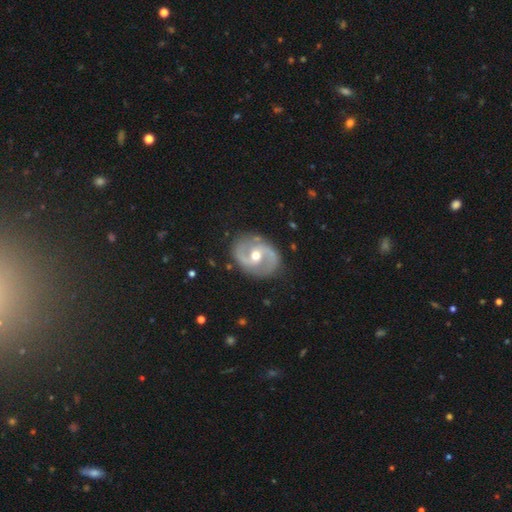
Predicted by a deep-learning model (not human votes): Morphology: type=featured or disk (87%); edge-on=no (98%); bar=weak (44%); spiral arms=yes (93%); winding=medium (54%); arm count=2 (92%); bulge=moderate (70%); merging=none (84%).